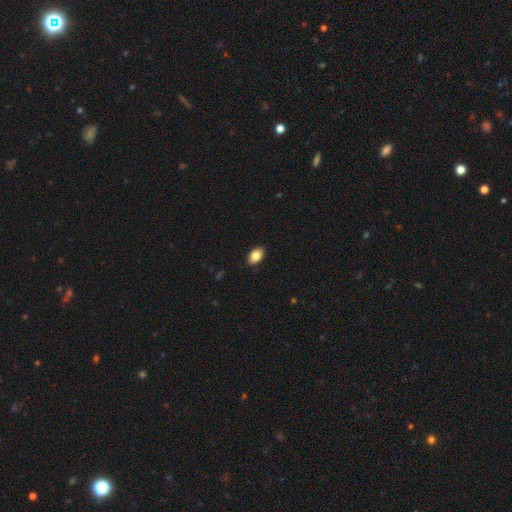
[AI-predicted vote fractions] Morphology: type=smooth (84%); roundness=in between (88%); merging=none (89%).